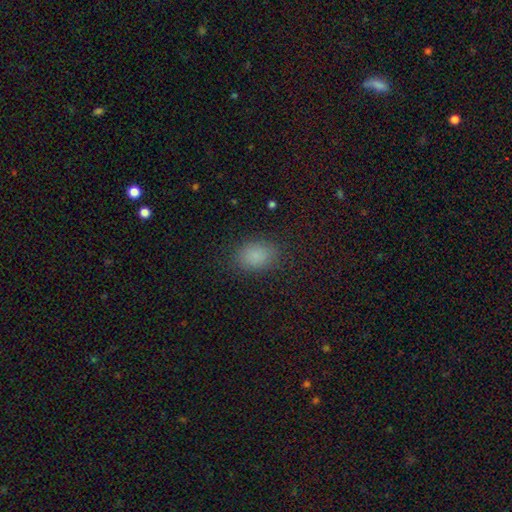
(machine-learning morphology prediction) Smooth or featured: smooth — 85% (star or artifact — 10%)
How rounded: in between — 75% (round — 24%)
Merging: none — 85% (minor disturbance — 11%)